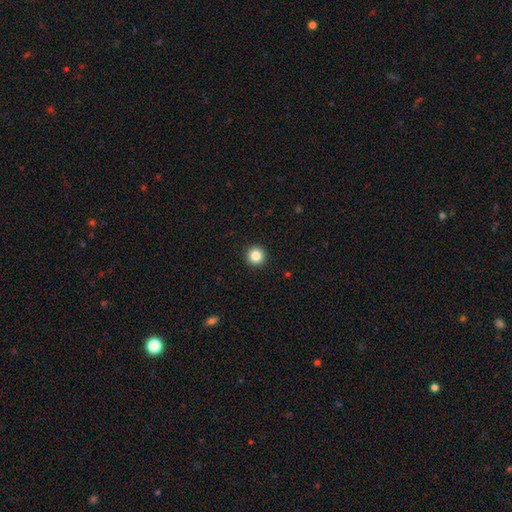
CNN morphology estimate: smooth-or-featured: smooth: 85% | star or artifact: 10% | featured or disk: 4%
  how-rounded: round: 96% | in between: 3% | cigar-shaped: 1%
  merging: none: 94% | minor disturbance: 4% | major disturbance: 1% | merger: 1%